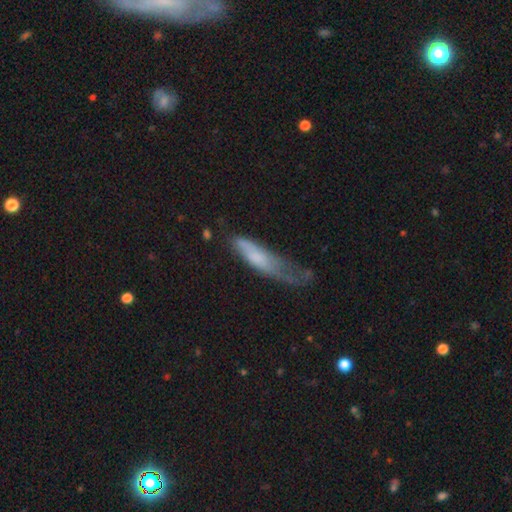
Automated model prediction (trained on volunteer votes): Smooth or featured? smooth (60%)
How rounded? cigar-shaped (67%)
Merging? major disturbance (35%)